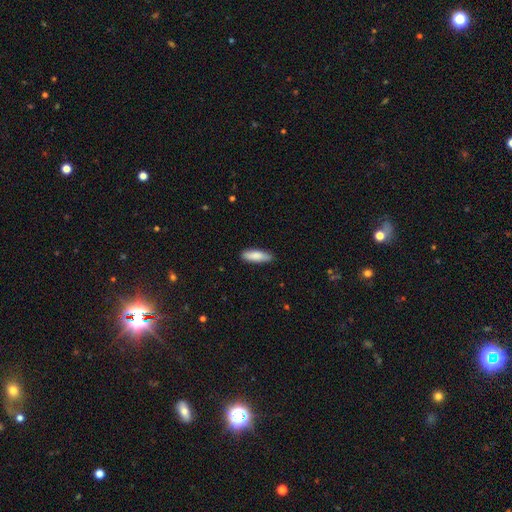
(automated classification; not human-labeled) Smooth or featured: smooth — 84% (featured or disk — 10%)
How rounded: cigar-shaped — 50% (in between — 48%)
Merging: none — 86% (minor disturbance — 11%)